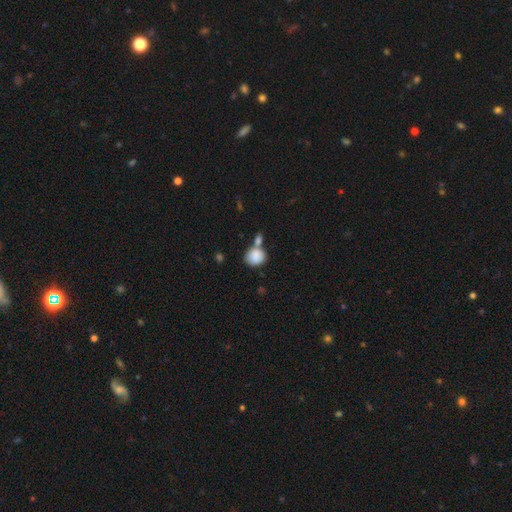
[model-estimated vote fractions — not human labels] Smooth or featured?
  - smooth: 86% *
  - star or artifact: 7%
  - featured or disk: 7%
How rounded?
  - round: 69% *
  - in between: 30%
  - cigar-shaped: 1%
Merging?
  - merger: 41% * (tied)
  - none: 41% * (tied)
  - minor disturbance: 13%
  - major disturbance: 5%